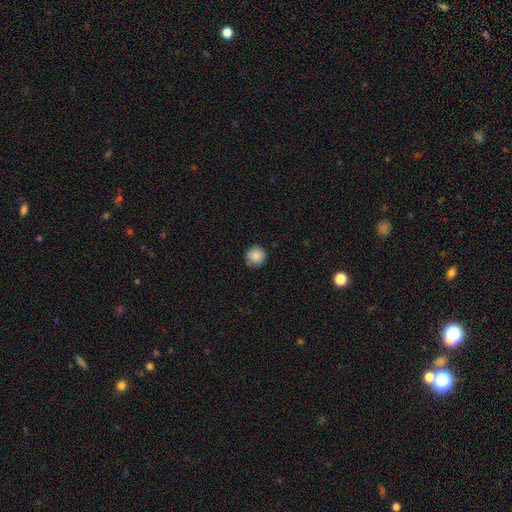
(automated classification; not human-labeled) A smooth galaxy with no disk features (88%) that is round (95%).

Vote fractions:
- Smooth or featured? smooth: 88% / star or artifact: 8% / featured or disk: 4%
- How rounded? round: 95% / in between: 4% / cigar-shaped: 1%
- Merging? none: 86% / minor disturbance: 11% / major disturbance: 2% / merger: 1%